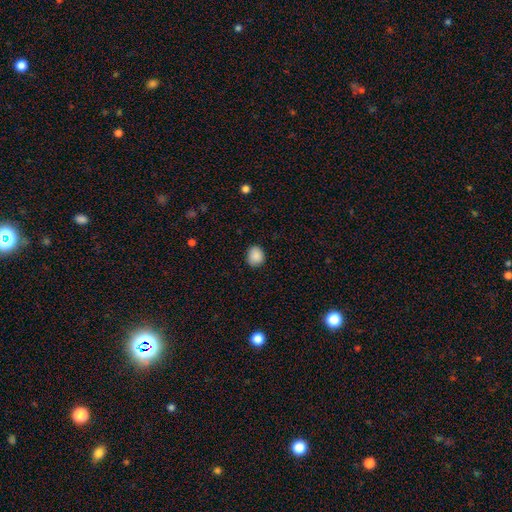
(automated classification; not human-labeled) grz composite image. It shows a smooth galaxy with no disk features (88%) that is round (75%). Merging: none (83%).